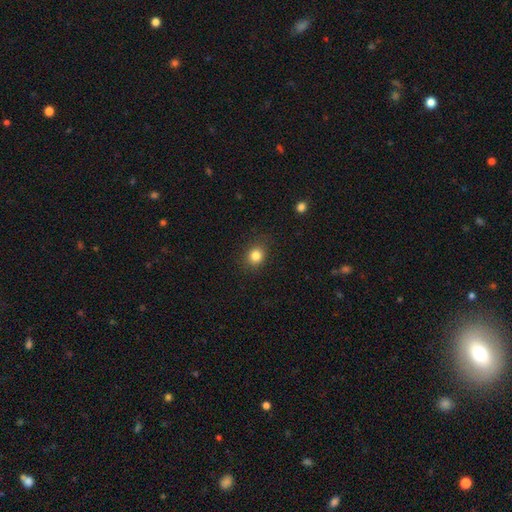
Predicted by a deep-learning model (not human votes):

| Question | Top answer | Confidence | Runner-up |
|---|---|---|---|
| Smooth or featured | smooth | 83% | star or artifact (11%) |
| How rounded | round | 71% | in between (28%) |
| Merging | none | 85% | minor disturbance (10%) |